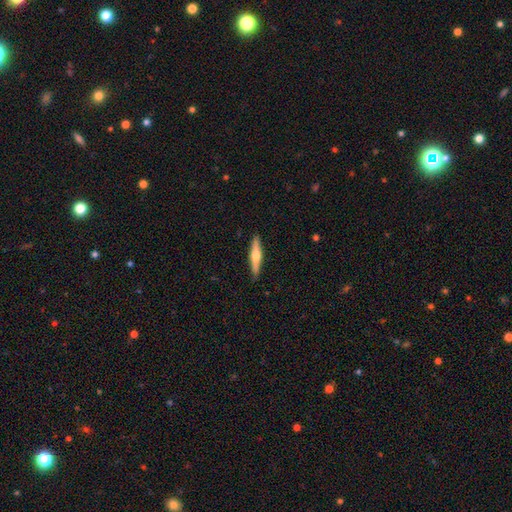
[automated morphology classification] Smooth or featured: featured or disk — 50% (smooth — 45%)
Merging: none — 90% (minor disturbance — 7%)